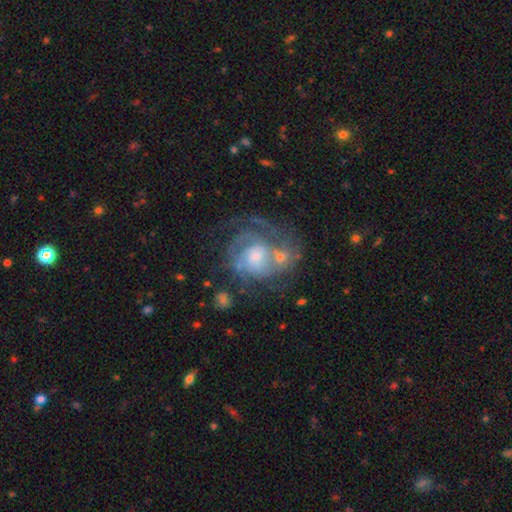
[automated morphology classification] Smooth or featured? featured or disk (83%)
Edge-on disk? no (98%)
Bar? no (69%)
Spiral arms? yes (92%)
Spiral winding? tight (55%)
Spiral arm count? can't tell (30%)
Bulge size? small (44%)
Merging? none (48%)